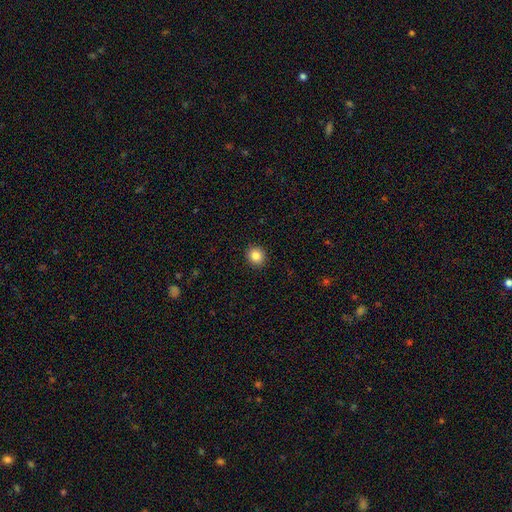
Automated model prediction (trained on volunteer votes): Smooth or featured? smooth (85%)
How rounded? round (87%)
Merging? none (93%)